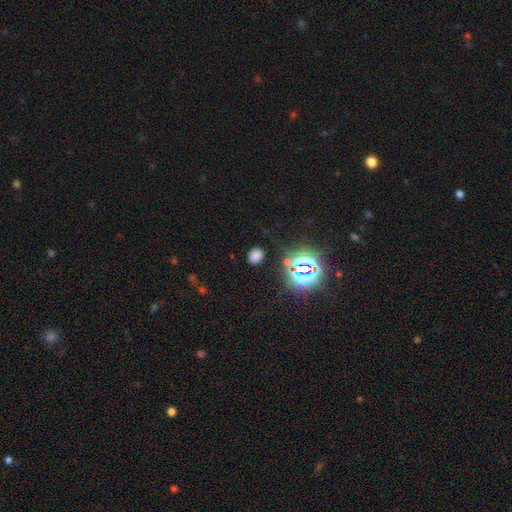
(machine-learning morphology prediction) This is likely a smooth galaxy (67%). How rounded: possibly round (50%). Merging: clearly none (85%).